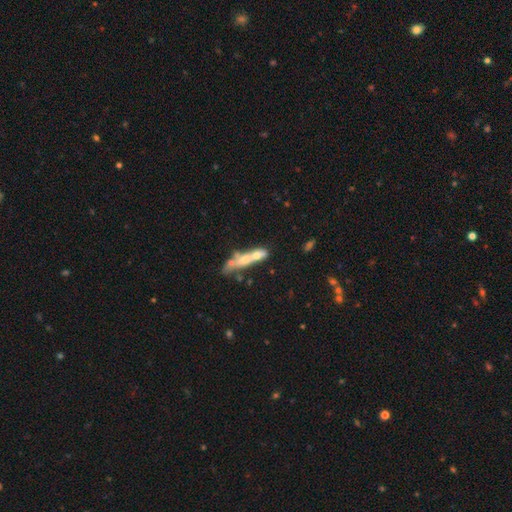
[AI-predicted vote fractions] This appears to be a featured or disk galaxy (53%). Merging: merger (43%).